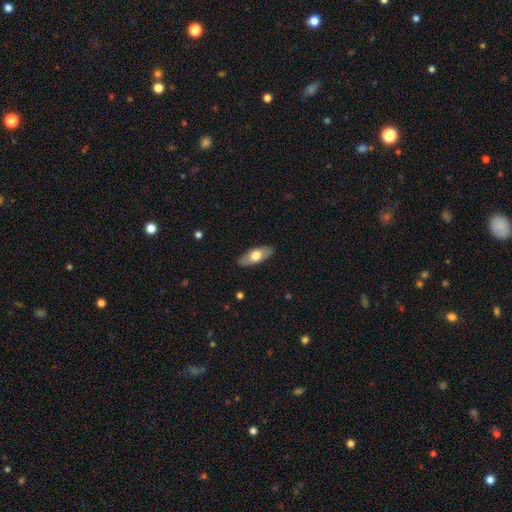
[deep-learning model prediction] Smooth or featured?
  - smooth: 64% *
  - featured or disk: 31%
  - star or artifact: 5%
How rounded?
  - in between: 76% *
  - cigar-shaped: 21%
  - round: 3%
Merging?
  - none: 88% *
  - minor disturbance: 9%
  - major disturbance: 2%
  - merger: 1%